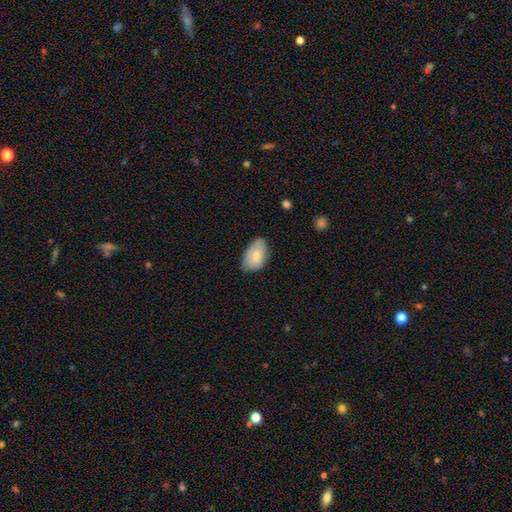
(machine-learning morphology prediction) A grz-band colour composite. It shows a smooth galaxy with no disk features (73%) that is in between round and cigar-shaped (93%). Merging: none (60%).